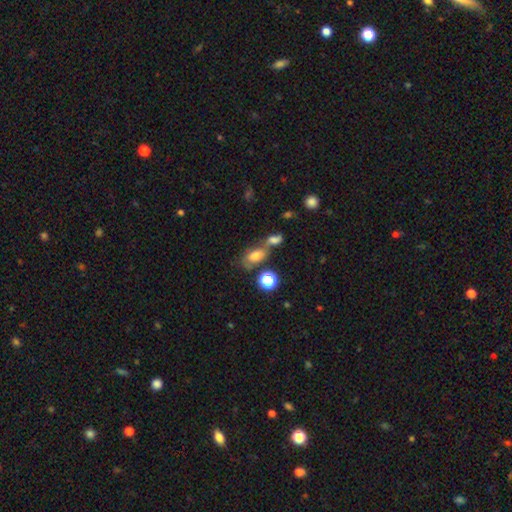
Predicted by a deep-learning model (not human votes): This is likely a smooth galaxy (70%). How rounded: clearly in between (82%). Merging: marginally none (43%).